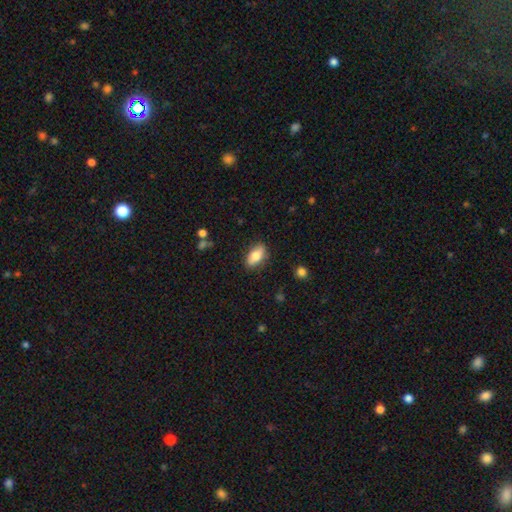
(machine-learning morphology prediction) Smooth or featured?
  - smooth: 76% *
  - featured or disk: 17%
  - star or artifact: 7%
How rounded?
  - in between: 89% *
  - cigar-shaped: 7%
  - round: 5%
Merging?
  - none: 83% *
  - minor disturbance: 13%
  - major disturbance: 3%
  - merger: 1%